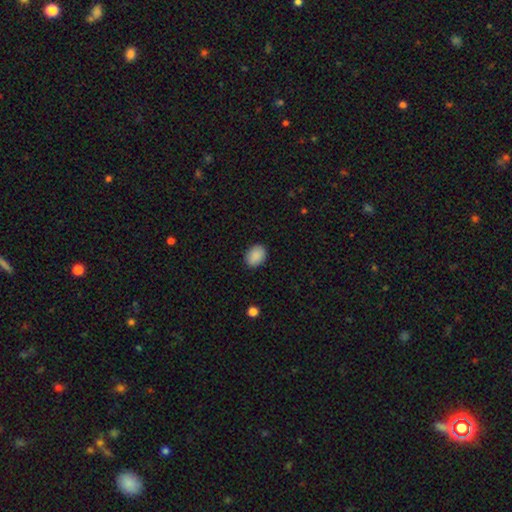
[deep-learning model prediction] Smooth or featured? smooth (90%)
How rounded? in between (73%)
Merging? none (89%)